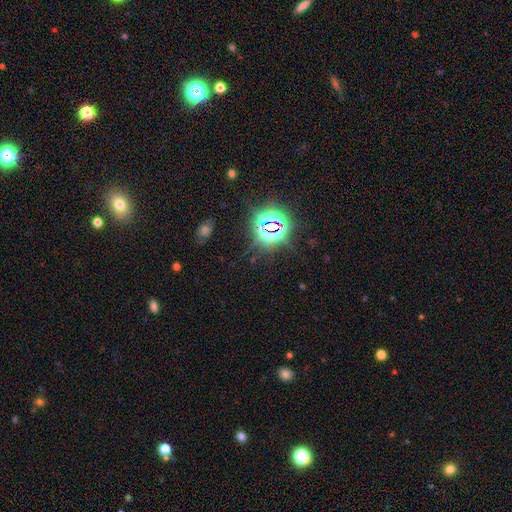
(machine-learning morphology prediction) The model was most divided on "smooth or featured": star or artifact: 79%, smooth: 14%, featured or disk: 7%.